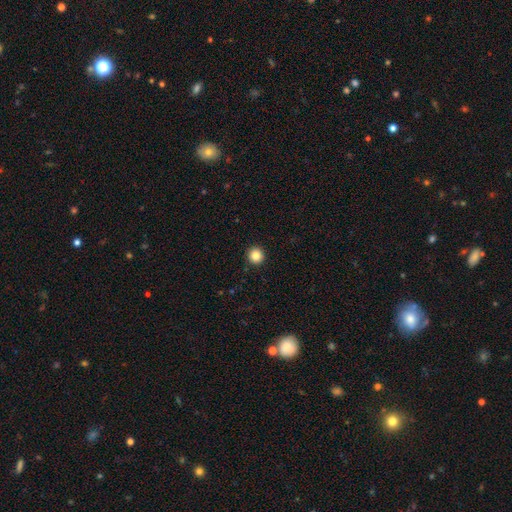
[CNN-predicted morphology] Overall: smooth (85%). How rounded: round (95%). Merging: none (94%).